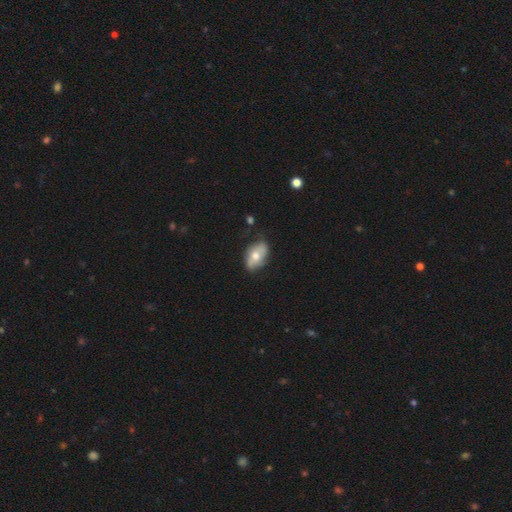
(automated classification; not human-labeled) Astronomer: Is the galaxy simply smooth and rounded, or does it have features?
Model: smooth — 57% (runner-up: featured or disk, 36%).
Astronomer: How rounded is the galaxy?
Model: in between — 89%.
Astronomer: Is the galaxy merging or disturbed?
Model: none — 66%.